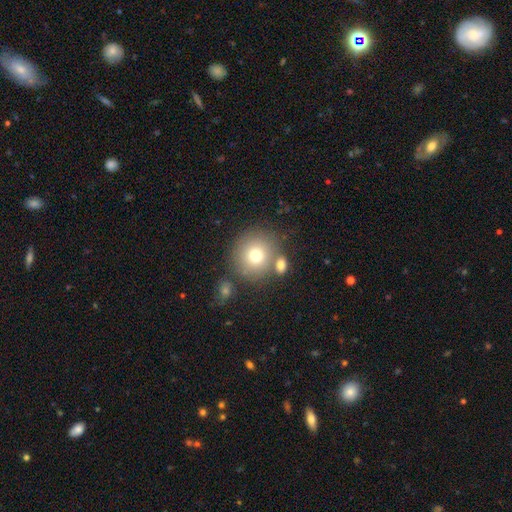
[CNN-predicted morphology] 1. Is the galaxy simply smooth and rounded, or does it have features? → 74% smooth, 14% featured or disk, 12% star or artifact.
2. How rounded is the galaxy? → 90% round, 9% in between, 1% cigar-shaped.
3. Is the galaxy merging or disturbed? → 69% none, 17% merger, 10% minor disturbance, 4% major disturbance.